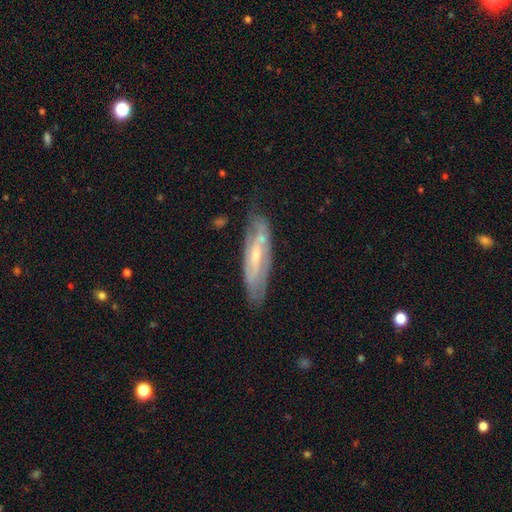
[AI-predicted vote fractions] Smooth or featured?
  - featured or disk: 70% *
  - smooth: 23%
  - star or artifact: 7%
Edge-on disk?
  - no: 69% *
  - yes: 31%
Merging?
  - none: 72% *
  - minor disturbance: 20%
  - major disturbance: 6%
  - merger: 2%